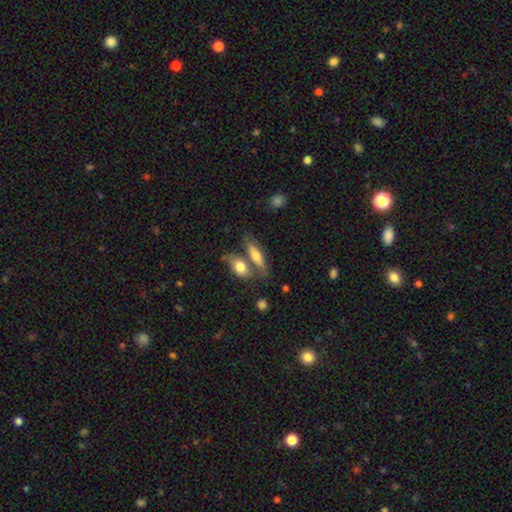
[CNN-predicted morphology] This is likely a smooth galaxy (66%). How rounded: possibly cigar-shaped (48%, tied with in between). Merging: possibly none (53%).